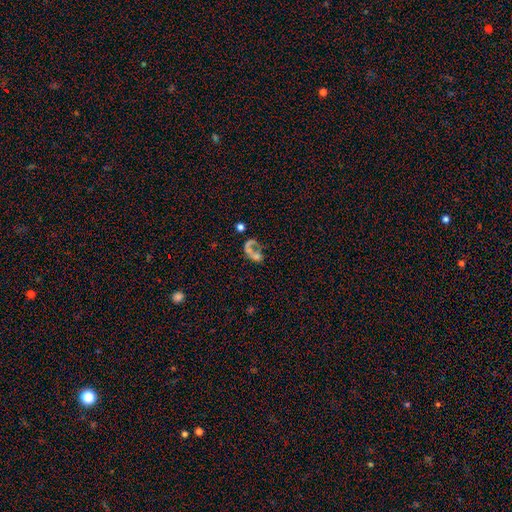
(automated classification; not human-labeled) featured or disk 47%, smooth 37%, star or artifact 16%. Down the decision tree: merging — merger (37%).